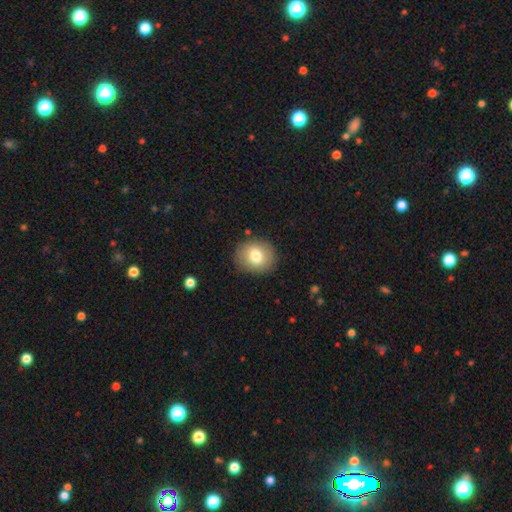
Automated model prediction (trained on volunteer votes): Q: Smooth or featured?
A: smooth (77%); runner-up: featured or disk (14%)
Q: How rounded?
A: round (75%); runner-up: in between (24%)
Q: Merging?
A: none (87%); runner-up: minor disturbance (9%)